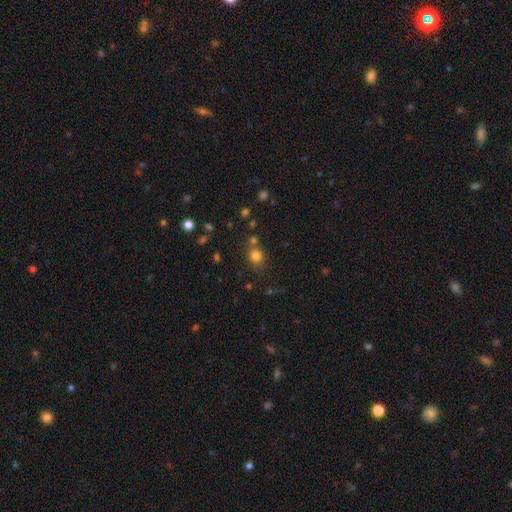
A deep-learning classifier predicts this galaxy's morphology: A smooth galaxy with no disk features (78%) that is round (80%). Merging: none (67%).